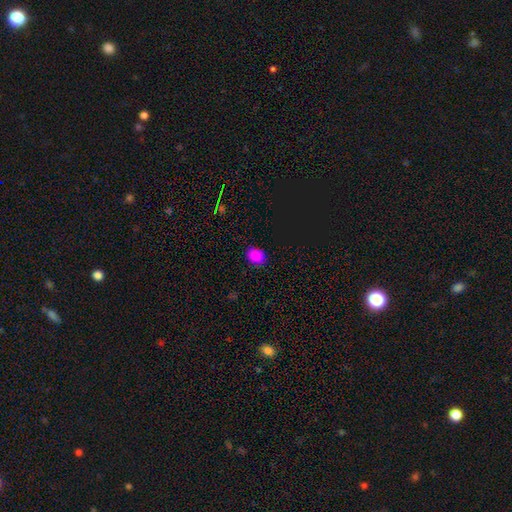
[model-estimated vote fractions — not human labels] Smooth or featured?
  - smooth: 83% *
  - star or artifact: 14%
  - featured or disk: 3%
How rounded?
  - in between: 53% *
  - round: 46%
  - cigar-shaped: 1%
Merging?
  - none: 85% *
  - minor disturbance: 12%
  - major disturbance: 3%
  - merger: 1%